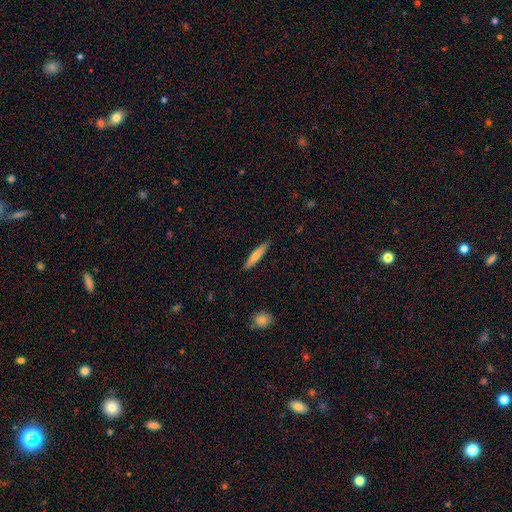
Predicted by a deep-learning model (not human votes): Q: Smooth or featured?
A: smooth (64%); runner-up: featured or disk (31%)
Q: How rounded?
A: cigar-shaped (87%); runner-up: in between (12%)
Q: Merging?
A: none (90%); runner-up: minor disturbance (8%)